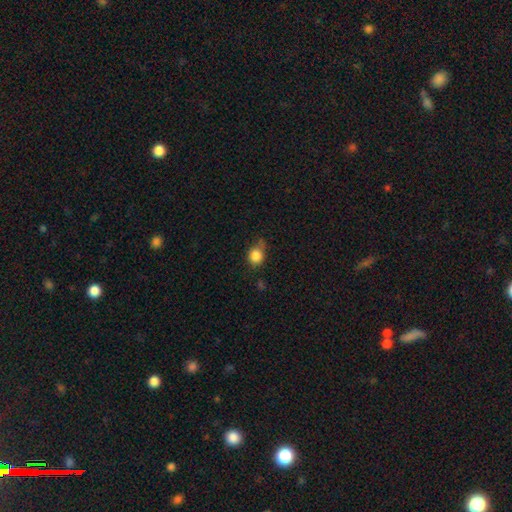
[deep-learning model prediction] Overall: smooth (84%). How rounded: round (73%). Merging: none (54%; minor disturbance 34%).